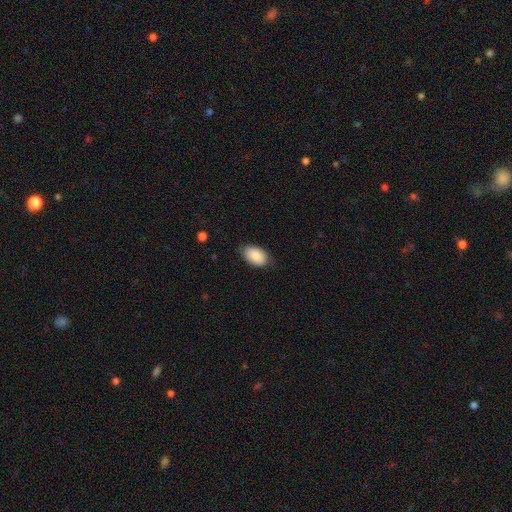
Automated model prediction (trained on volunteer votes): This appears to be a smooth galaxy with no disk features (88%) that is in between round and cigar-shaped (92%). Merging: none (82%).